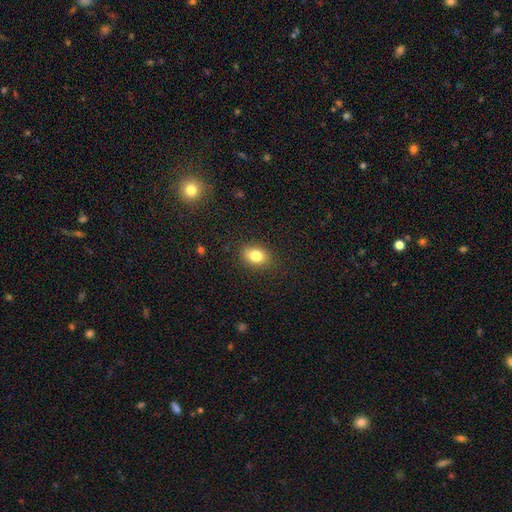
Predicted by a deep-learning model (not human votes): Smooth or featured: smooth — 82% (star or artifact — 9%)
How rounded: in between — 76% (round — 23%)
Merging: none — 86% (minor disturbance — 10%)